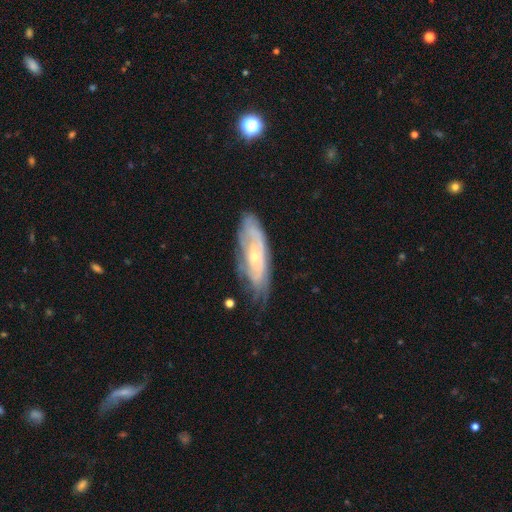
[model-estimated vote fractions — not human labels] The model was most divided on "bulge size": small: 67%, moderate: 28%, none: 2%, large: 1%, dominant: 1%. More confident: edge-on disk — no (79%); bar — no (75%); spiral arms — yes (72%); smooth or featured — featured or disk (68%); merging — none (66%).